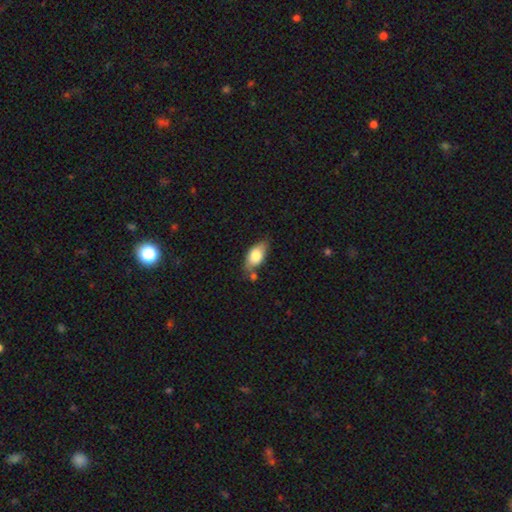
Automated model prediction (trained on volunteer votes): Morphology: type=smooth (74%); roundness=in between (89%); merging=none (67%).